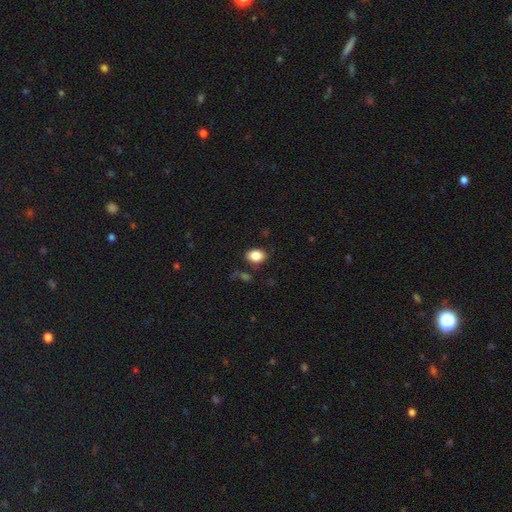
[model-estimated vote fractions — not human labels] Q: Smooth or featured?
A: smooth (86%); runner-up: star or artifact (9%)
Q: How rounded?
A: in between (76%); runner-up: round (23%)
Q: Merging?
A: none (82%); runner-up: minor disturbance (11%)